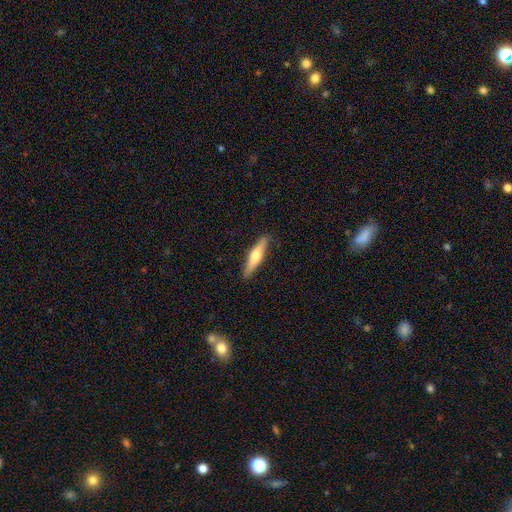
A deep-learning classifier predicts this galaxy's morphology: smooth 49%, featured or disk 46%, star or artifact 5%. Down the decision tree: merging — none (89%).